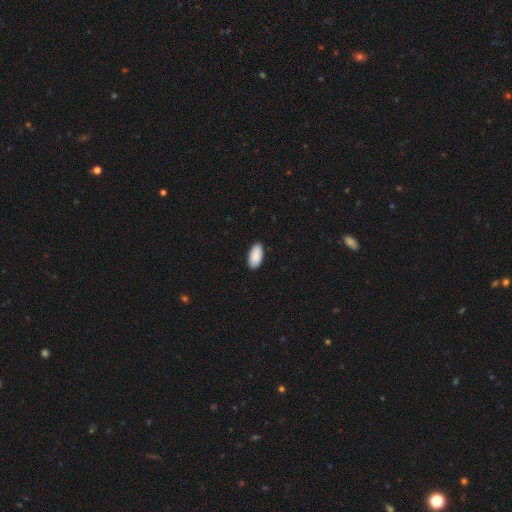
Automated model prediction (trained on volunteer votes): Overall: smooth (91%). How rounded: in between (95%). Merging: none (90%).